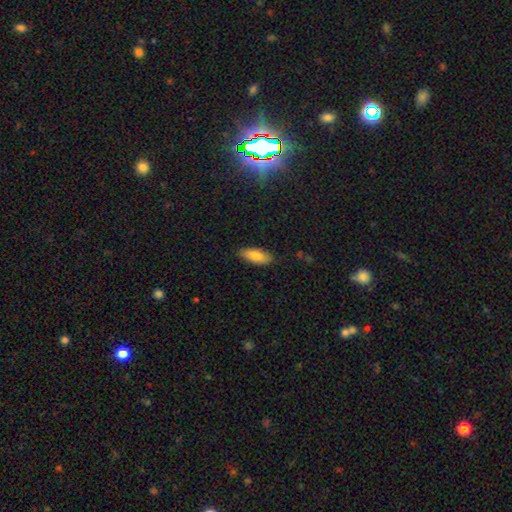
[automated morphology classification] Smooth or featured? smooth (85%)
How rounded? in between (80%)
Merging? none (83%)